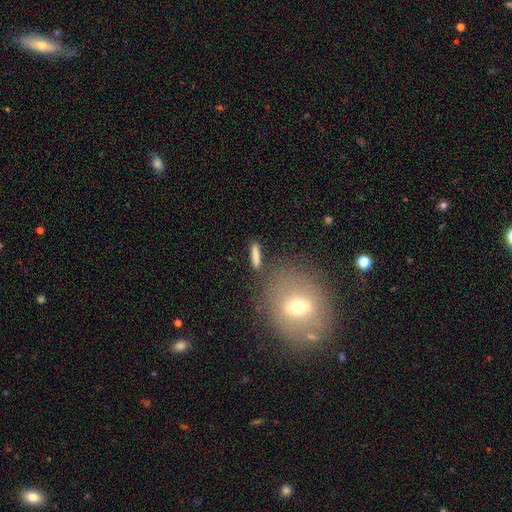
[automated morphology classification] smooth-or-featured: smooth: 80% | featured or disk: 11% | star or artifact: 8%
  how-rounded: cigar-shaped: 75% | in between: 21% | round: 4%
  merging: none: 81% | minor disturbance: 10% | merger: 6% | major disturbance: 4%